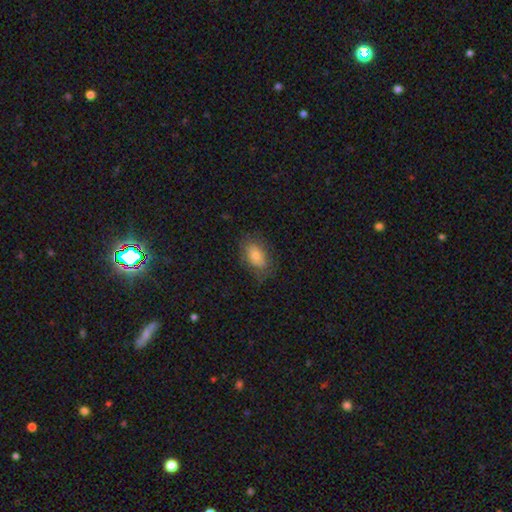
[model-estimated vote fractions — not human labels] Smooth or featured? smooth (74%)
How rounded? in between (87%)
Merging? none (73%)